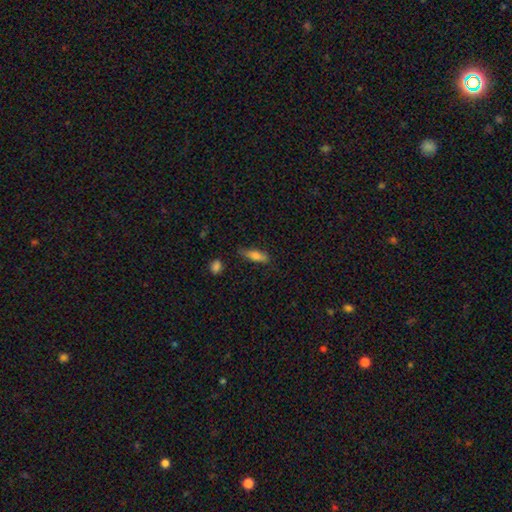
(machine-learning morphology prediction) Smooth or featured? Predicted: smooth (p=0.74). How rounded? Predicted: in between (p=0.50). Merging? Predicted: none (p=0.66).